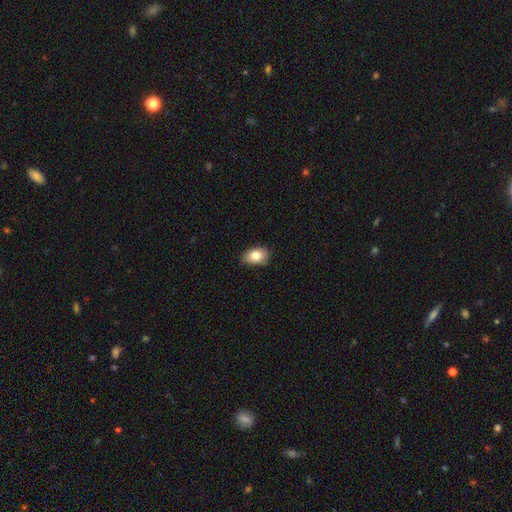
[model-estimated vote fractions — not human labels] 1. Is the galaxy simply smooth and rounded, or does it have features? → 80% smooth, 12% featured or disk, 8% star or artifact.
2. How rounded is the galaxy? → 83% in between, 16% round, 1% cigar-shaped.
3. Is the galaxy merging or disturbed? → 79% none, 17% minor disturbance, 3% major disturbance, 1% merger.